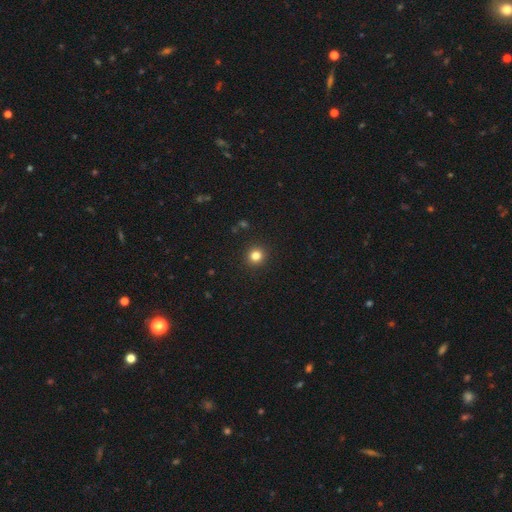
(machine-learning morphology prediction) Smooth or featured?
  - smooth: 82% *
  - star or artifact: 13%
  - featured or disk: 5%
How rounded?
  - round: 93% *
  - in between: 6%
  - cigar-shaped: 1%
Merging?
  - none: 92% *
  - minor disturbance: 5%
  - major disturbance: 2%
  - merger: 1%